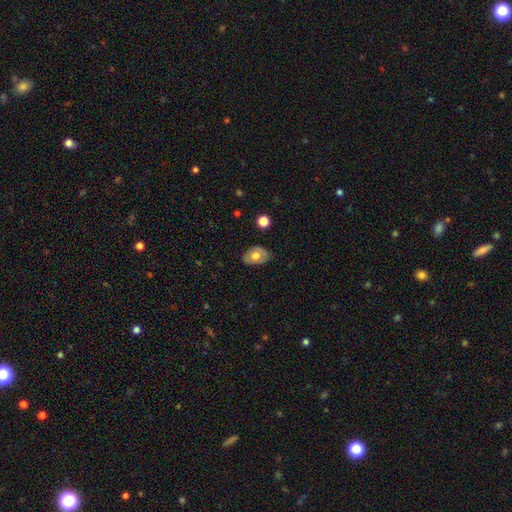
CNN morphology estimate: The model was most divided on "smooth or featured": smooth: 59%, featured or disk: 34%, star or artifact: 7%. More confident: how rounded — in between (83%); merging — none (78%).